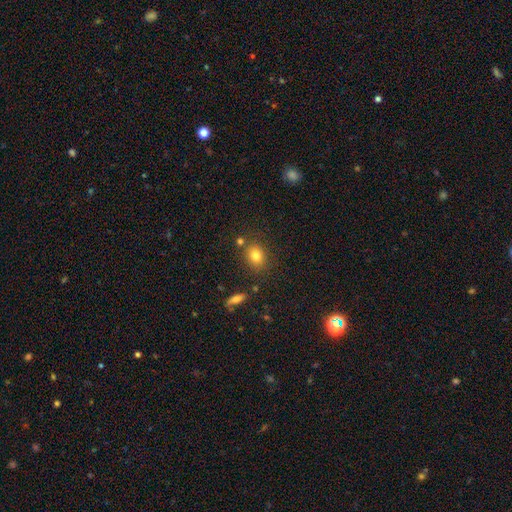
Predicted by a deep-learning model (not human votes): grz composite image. It shows a smooth galaxy with no disk features (79%) that is round (60%). Merging: none (77%).